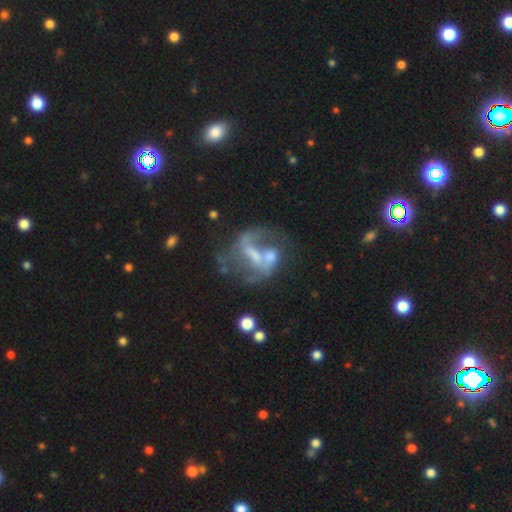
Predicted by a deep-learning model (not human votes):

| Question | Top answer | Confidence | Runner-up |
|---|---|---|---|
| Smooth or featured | featured or disk | 77% | smooth (13%) |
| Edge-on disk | no | 97% | yes (3%) |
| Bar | weak | 43% | strong (29%) |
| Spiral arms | yes | 76% | no (24%) |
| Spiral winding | loose | 52% | medium (38%) |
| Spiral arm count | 2 | 69% | 1 (14%) |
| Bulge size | moderate | 32% | none (31%) |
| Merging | none | 37% | major disturbance (25%) |